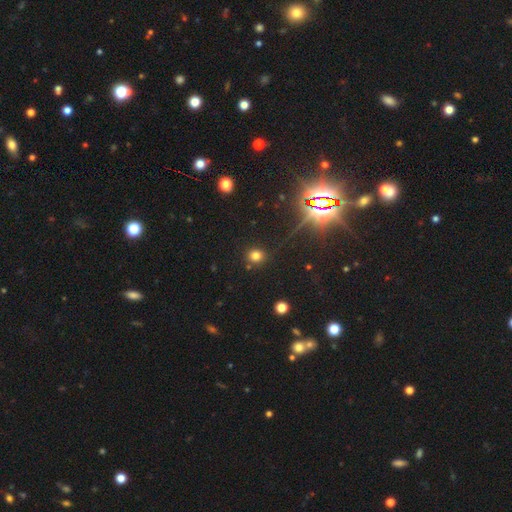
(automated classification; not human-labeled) A smooth galaxy with no disk features (74%) that is round (84%). Merging: none (86%).